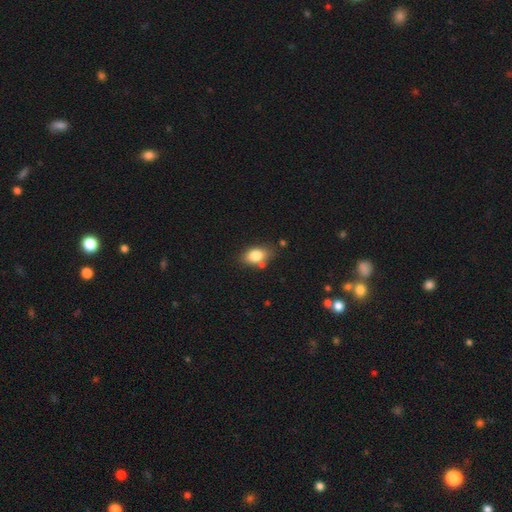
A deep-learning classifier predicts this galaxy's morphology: The model was most divided on "merging": none: 69%, minor disturbance: 17%, merger: 10%, major disturbance: 4%. More confident: how rounded — in between (85%); smooth or featured — smooth (81%).